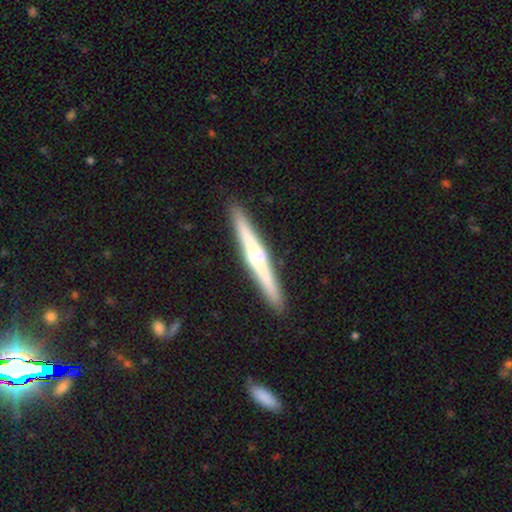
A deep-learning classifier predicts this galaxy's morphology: smooth_or_featured: featured or disk (p=0.72) [alt: smooth p=0.23]
disk_edge_on: yes (p=0.98) [alt: no p=0.02]
edge_on_bulge: rounded (p=0.88) [alt: none p=0.08]
merging: none (p=0.92) [alt: minor disturbance p=0.06]